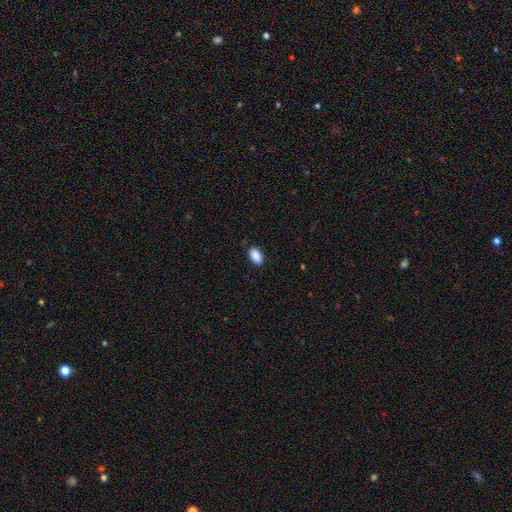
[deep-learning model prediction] This is clearly a smooth galaxy (90%). How rounded: clearly in between (93%). Merging: clearly none (87%).